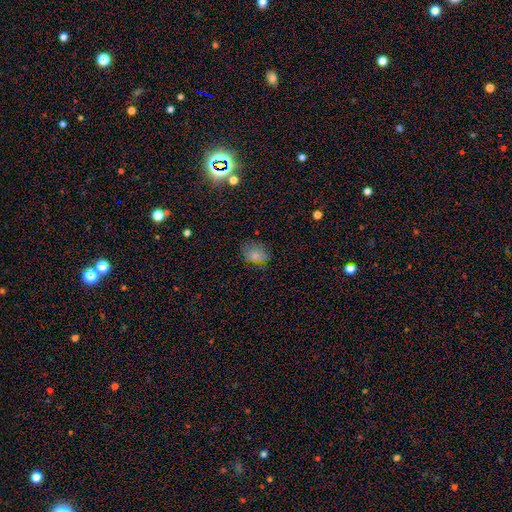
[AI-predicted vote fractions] This appears to be a smooth galaxy with no disk features (77%) that is in between round and cigar-shaped (61%). Merging: none (67%).